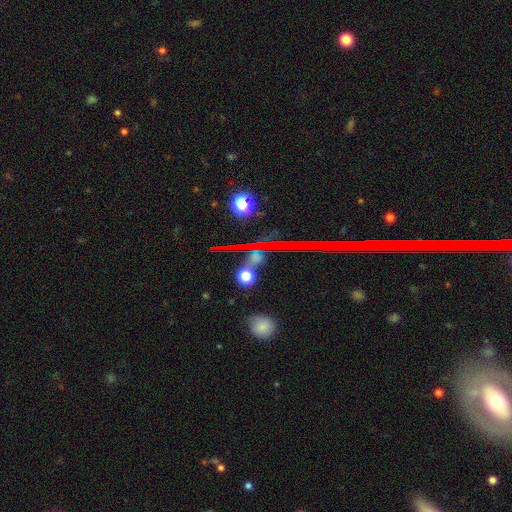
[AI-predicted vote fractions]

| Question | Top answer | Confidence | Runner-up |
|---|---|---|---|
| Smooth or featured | star or artifact | 59% | smooth (29%) |